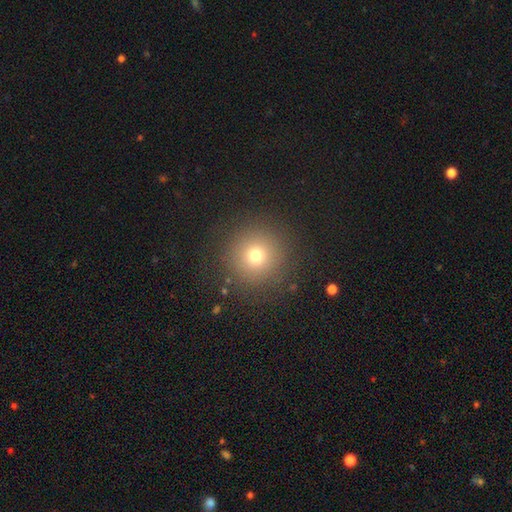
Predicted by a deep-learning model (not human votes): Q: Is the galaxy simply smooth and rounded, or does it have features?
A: smooth — 73%.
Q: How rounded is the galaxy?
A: round — 96%.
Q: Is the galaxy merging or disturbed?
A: none — 89%.